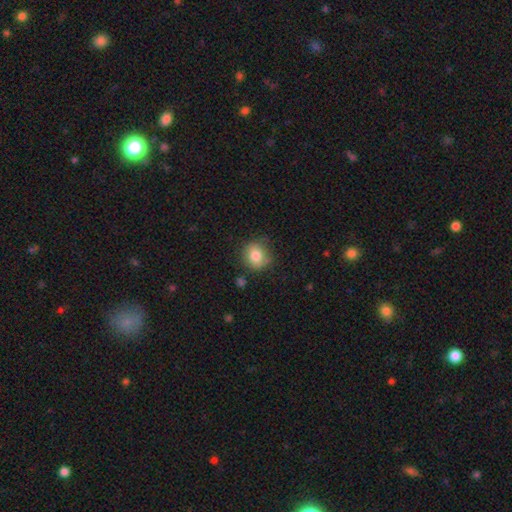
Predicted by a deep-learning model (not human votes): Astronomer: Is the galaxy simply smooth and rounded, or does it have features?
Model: smooth — 81%.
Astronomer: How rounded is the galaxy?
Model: round — 80%.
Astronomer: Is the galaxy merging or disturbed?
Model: none — 74%.